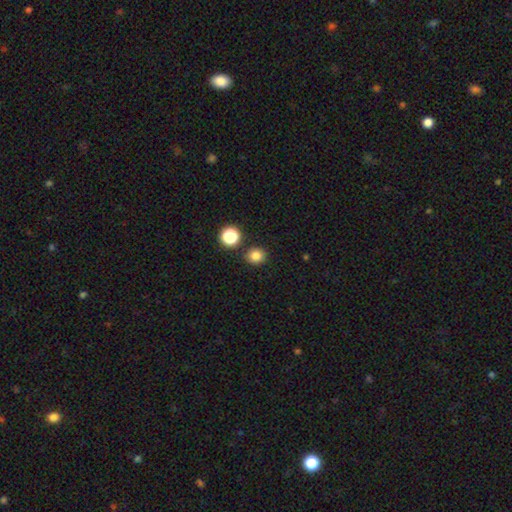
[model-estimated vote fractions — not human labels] A smooth galaxy with no disk features (81%) that is round (82%).

Vote fractions:
- Smooth or featured? smooth: 81% / star or artifact: 14% / featured or disk: 5%
- How rounded? round: 82% / in between: 17% / cigar-shaped: 1%
- Merging? none: 87% / minor disturbance: 7% / merger: 4% / major disturbance: 2%